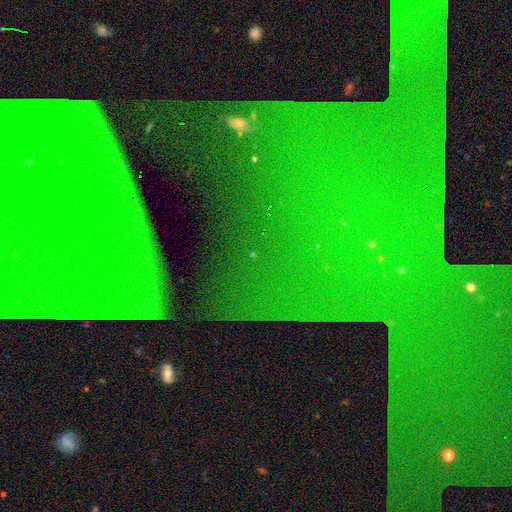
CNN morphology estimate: smooth-or-featured: star or artifact: 78% | smooth: 11% | featured or disk: 11%